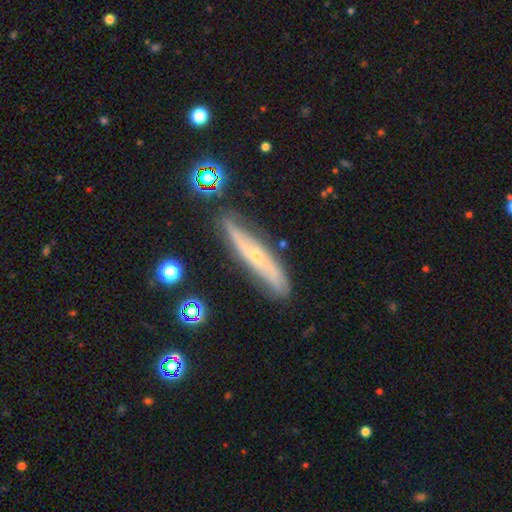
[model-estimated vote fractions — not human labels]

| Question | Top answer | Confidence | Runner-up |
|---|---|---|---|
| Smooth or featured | featured or disk | 63% | smooth (29%) |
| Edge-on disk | yes | 66% | no (34%) |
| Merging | none | 72% | minor disturbance (20%) |